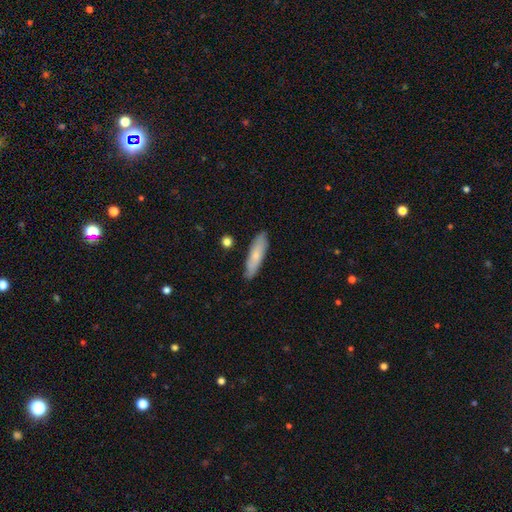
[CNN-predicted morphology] A smooth galaxy with no disk features (73%) that is cigar-shaped (69%). Merging: none (86%).